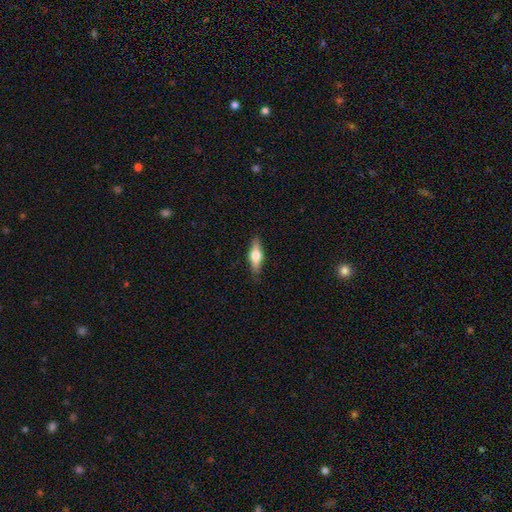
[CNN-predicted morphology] This appears to be a featured or disk galaxy (51%) viewed edge-on (93%). Merging: none (86%).